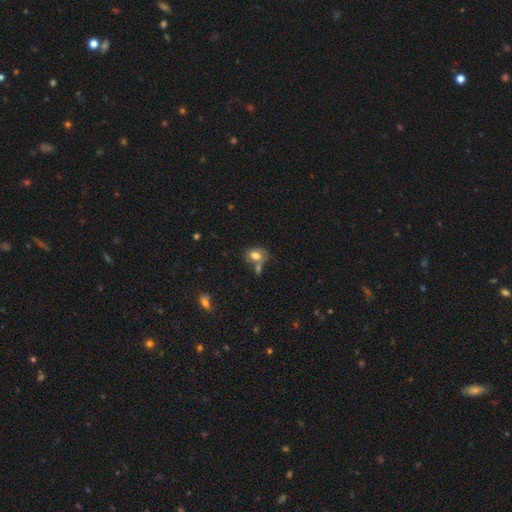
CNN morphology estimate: Overall: smooth (75%). How rounded: in between (68%; round 31%). Merging: none (41%; merger 33%).